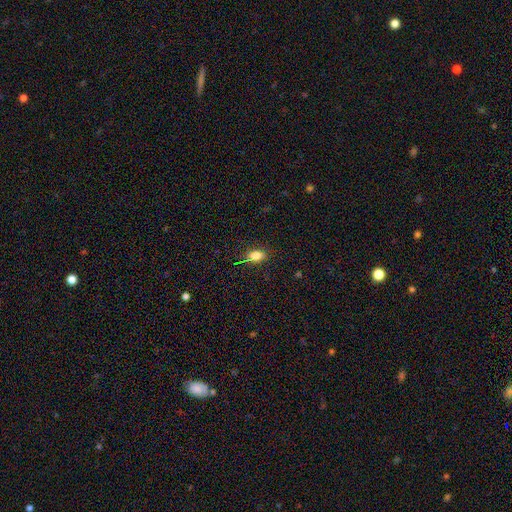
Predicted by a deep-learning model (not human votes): Smooth or featured? Predicted: smooth (p=0.78). How rounded? Predicted: in between (p=0.83). Merging? Predicted: none (p=0.79).